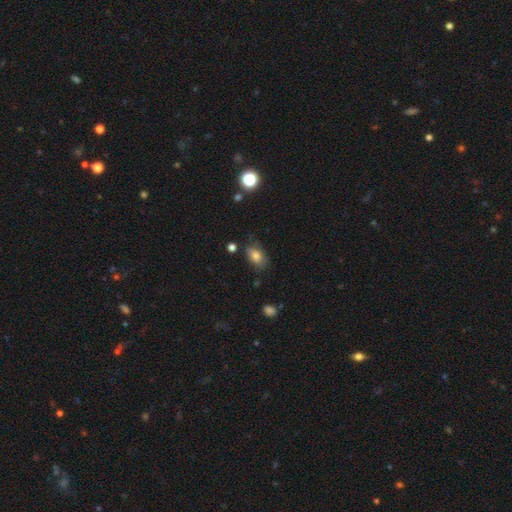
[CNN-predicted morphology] A smooth galaxy with no disk features (79%) that is in between round and cigar-shaped (87%). Merging: none (68%).